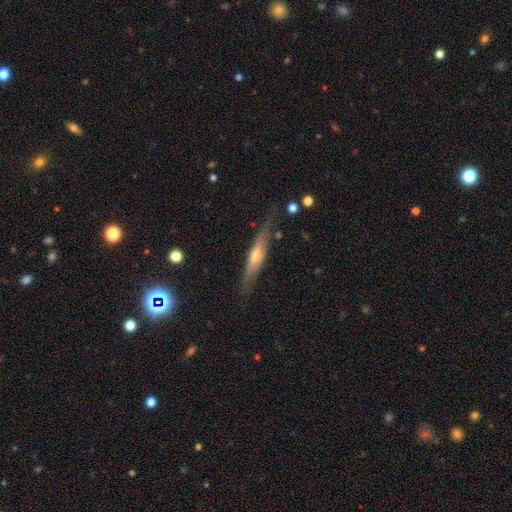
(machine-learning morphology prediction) smooth_or_featured: featured or disk (p=0.64) [alt: smooth p=0.29]
disk_edge_on: yes (p=0.92) [alt: no p=0.08]
edge_on_bulge: rounded (p=0.76) [alt: none p=0.15]
merging: none (p=0.77) [alt: minor disturbance p=0.16]